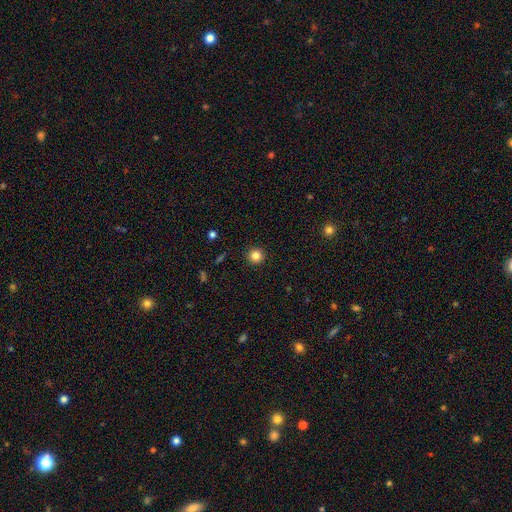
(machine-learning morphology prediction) Q: Smooth or featured?
A: smooth (83%); runner-up: star or artifact (12%)
Q: How rounded?
A: round (95%); runner-up: in between (4%)
Q: Merging?
A: none (92%); runner-up: minor disturbance (5%)